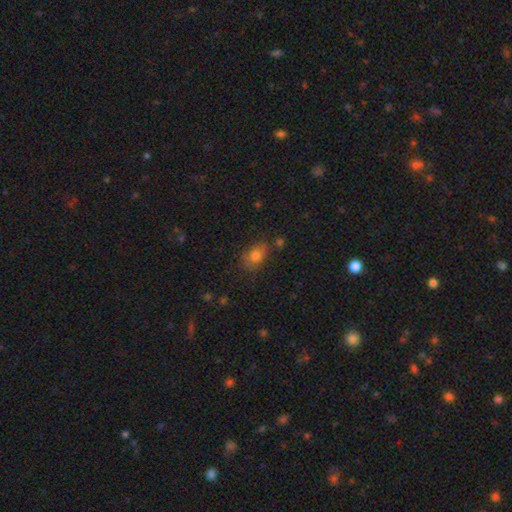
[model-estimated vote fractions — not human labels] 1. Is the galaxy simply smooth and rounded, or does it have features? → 74% smooth, 14% featured or disk, 12% star or artifact.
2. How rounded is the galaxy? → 74% in between, 24% round, 2% cigar-shaped.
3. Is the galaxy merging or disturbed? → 61% none, 24% minor disturbance, 9% major disturbance, 6% merger.